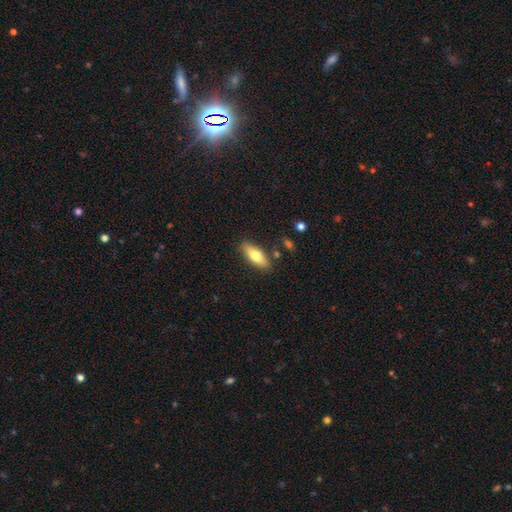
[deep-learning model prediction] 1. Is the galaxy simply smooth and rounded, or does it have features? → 72% smooth, 22% featured or disk, 6% star or artifact.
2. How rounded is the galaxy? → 69% in between, 29% cigar-shaped, 3% round.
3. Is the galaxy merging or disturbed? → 84% none, 11% minor disturbance, 3% merger, 2% major disturbance.